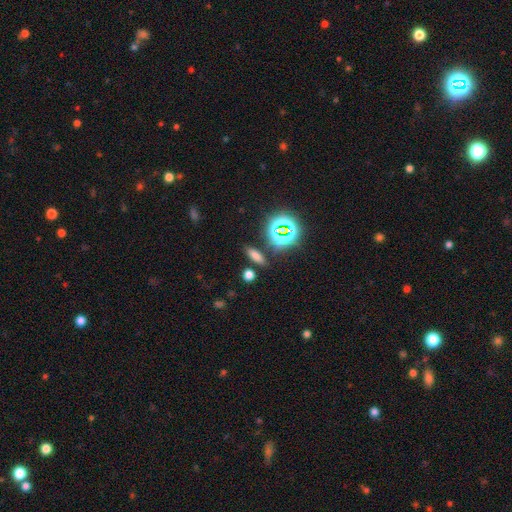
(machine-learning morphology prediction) smooth 68%, star or artifact 25%, featured or disk 7%. Down the decision tree: how rounded — in between (60%); merging — none (84%).